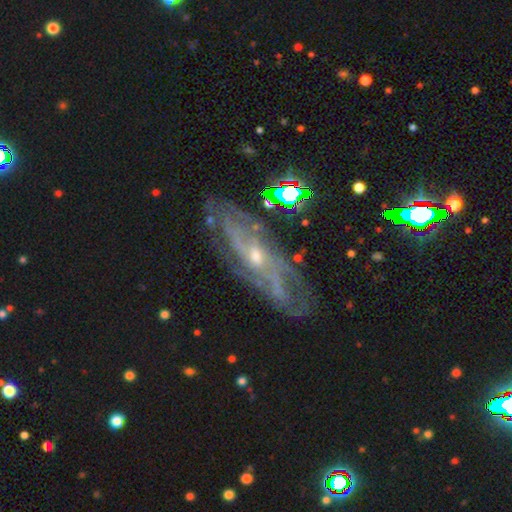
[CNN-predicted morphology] Smooth or featured? featured or disk (83%)
Edge-on disk? no (84%)
Bar? no (64%)
Spiral arms? yes (91%)
Spiral winding? tight (51%)
Spiral arm count? can't tell (46%)
Bulge size? small (58%)
Merging? none (71%)